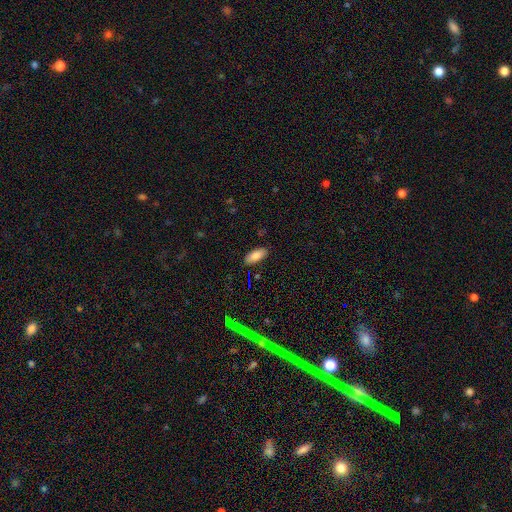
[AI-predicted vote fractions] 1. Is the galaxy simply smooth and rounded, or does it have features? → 85% smooth, 8% featured or disk, 7% star or artifact.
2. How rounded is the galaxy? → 85% in between, 13% cigar-shaped, 2% round.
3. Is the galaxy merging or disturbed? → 87% none, 10% minor disturbance, 2% major disturbance, 1% merger.